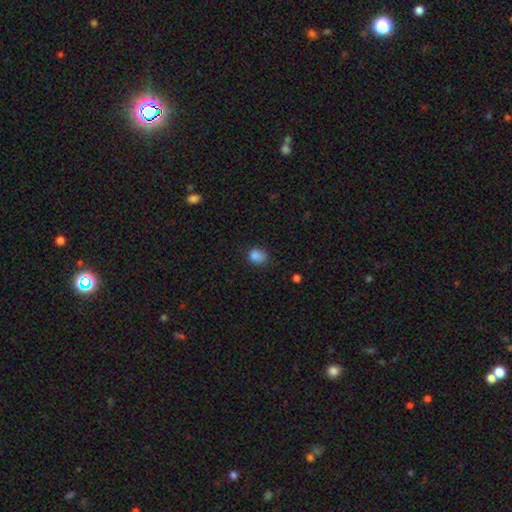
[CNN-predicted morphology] This is clearly a smooth galaxy (84%). How rounded: possibly round (50%). Merging: likely none (68%).